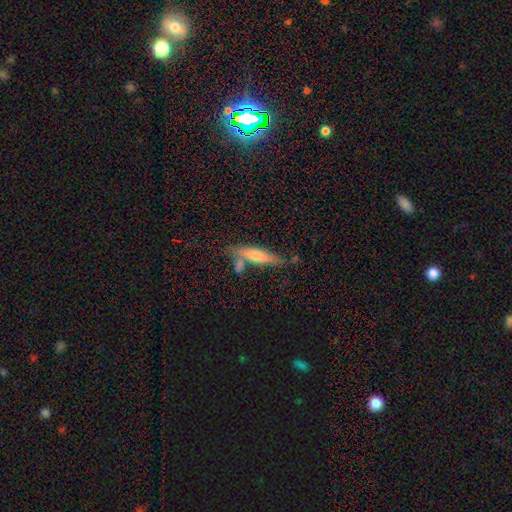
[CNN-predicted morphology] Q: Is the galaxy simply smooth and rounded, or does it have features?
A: featured or disk — 50%.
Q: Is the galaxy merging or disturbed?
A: none — 71%.